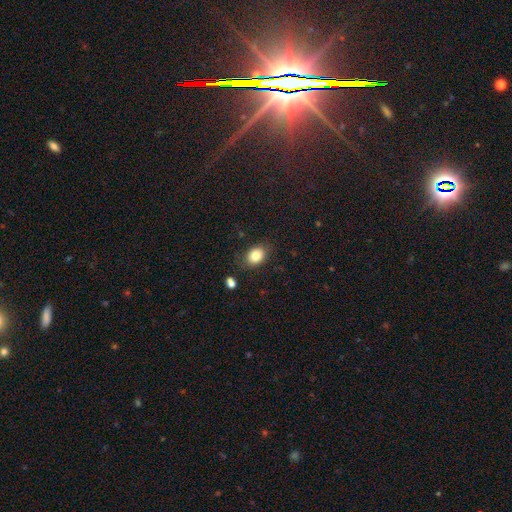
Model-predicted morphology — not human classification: smooth 83%, star or artifact 10%, featured or disk 8%. Down the decision tree: how rounded — in between (62%); merging — none (80%).